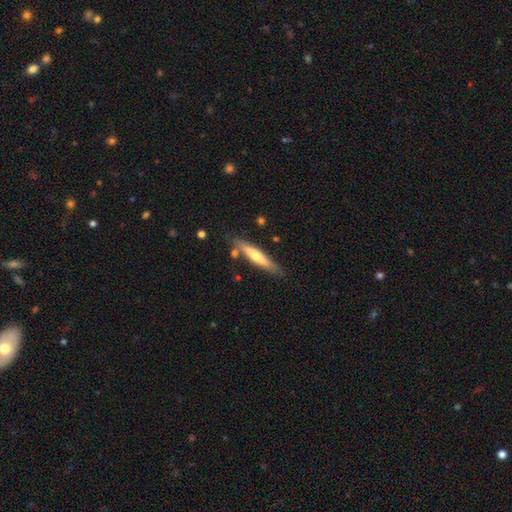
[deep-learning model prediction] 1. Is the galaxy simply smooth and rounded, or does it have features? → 49% featured or disk, 45% smooth, 6% star or artifact.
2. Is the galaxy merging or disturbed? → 80% none, 13% minor disturbance, 5% merger, 3% major disturbance.